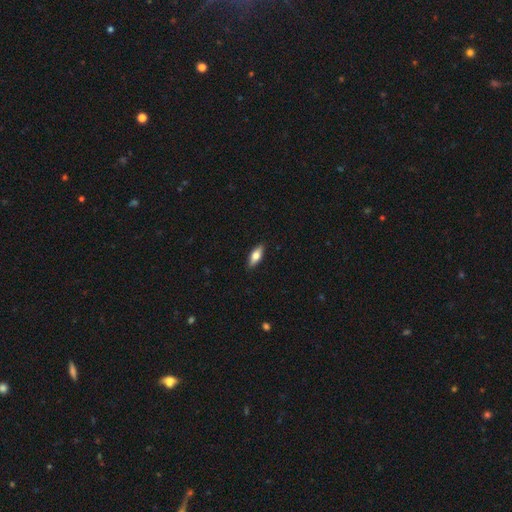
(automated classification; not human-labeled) Smooth or featured? Predicted: smooth (p=0.66). How rounded? Predicted: in between (p=0.70). Merging? Predicted: none (p=0.89).